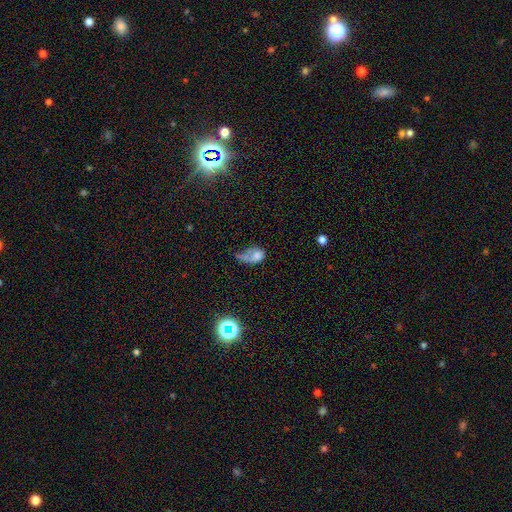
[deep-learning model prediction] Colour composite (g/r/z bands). It shows a smooth galaxy with no disk features (63%) that is in between round and cigar-shaped (74%). Merging: major disturbance (45%).